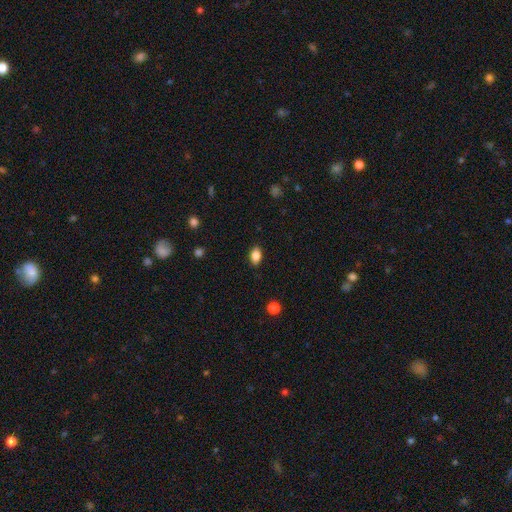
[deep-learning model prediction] The model was most divided on "how rounded": in between: 87%, round: 11%, cigar-shaped: 2%. More confident: merging — none (87%); smooth or featured — smooth (86%).